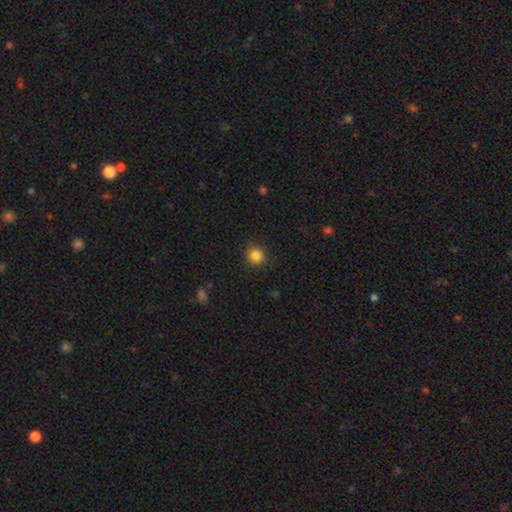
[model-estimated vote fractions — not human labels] Q: Smooth or featured?
A: smooth (85%); runner-up: star or artifact (11%)
Q: How rounded?
A: round (88%); runner-up: in between (11%)
Q: Merging?
A: none (88%); runner-up: minor disturbance (9%)